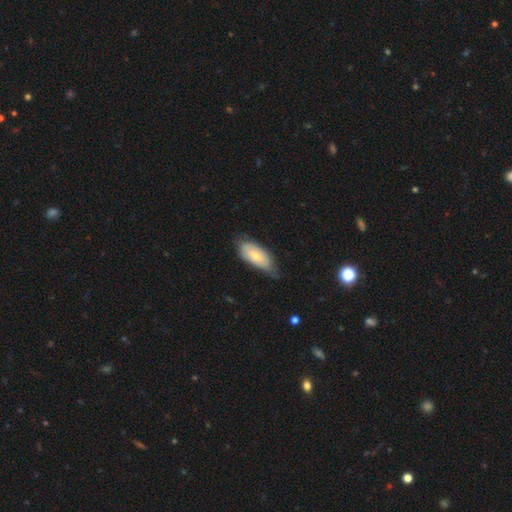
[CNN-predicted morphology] smooth_or_featured: smooth (p=0.65) [alt: featured or disk p=0.30]
how_rounded: in between (p=0.87) [alt: cigar-shaped p=0.10]
merging: none (p=0.53) [alt: minor disturbance p=0.38]